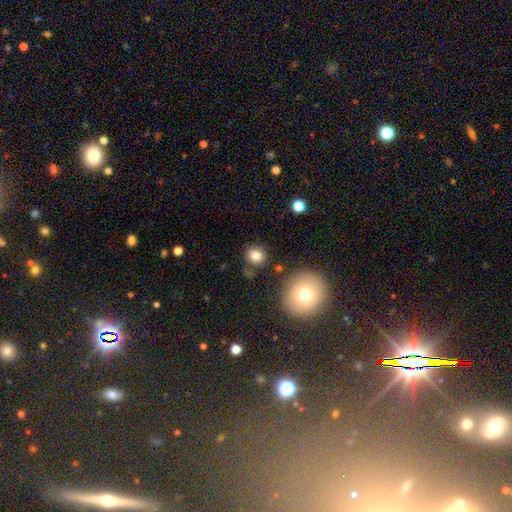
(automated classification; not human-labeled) Overall: smooth (80%). How rounded: round (85%). Merging: none (83%).